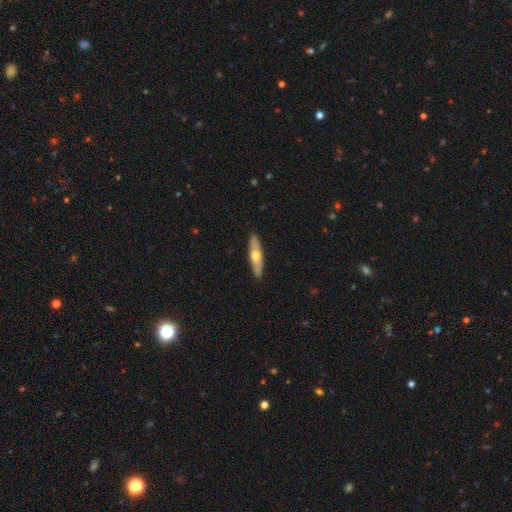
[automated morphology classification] This is possibly a smooth galaxy (51%). How rounded: likely cigar-shaped (72%). Merging: clearly none (90%).